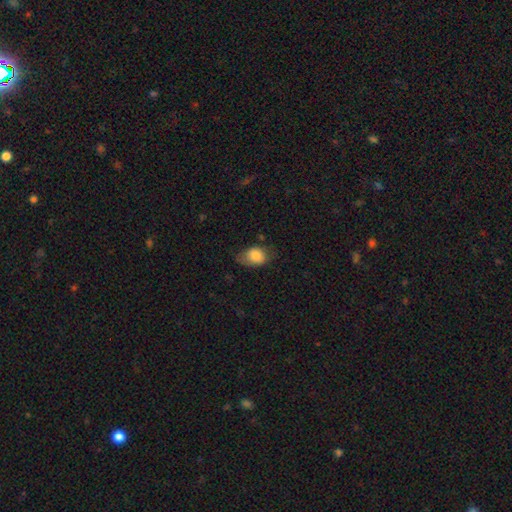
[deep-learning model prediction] The model was most divided on "merging": none: 55%, minor disturbance: 31%, major disturbance: 12%, merger: 2%. More confident: smooth or featured — smooth (83%); how rounded — in between (73%).